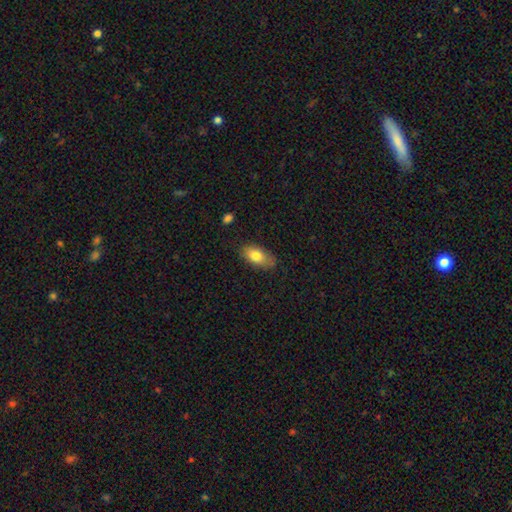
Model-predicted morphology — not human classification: Overall: smooth (80%). How rounded: in between (89%). Merging: none (76%).